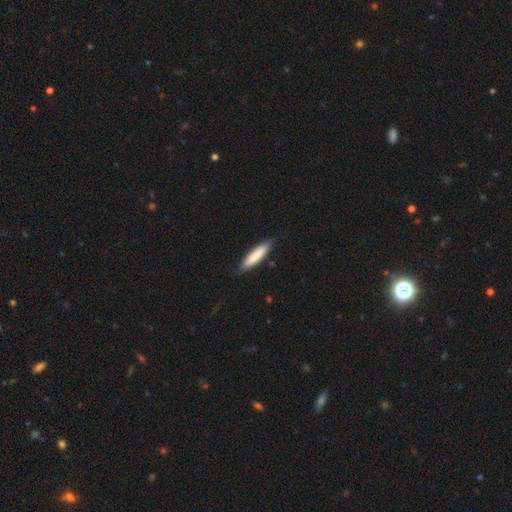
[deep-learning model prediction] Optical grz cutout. It shows a smooth galaxy with no disk features (80%) that is cigar-shaped (80%). Merging: none (83%).